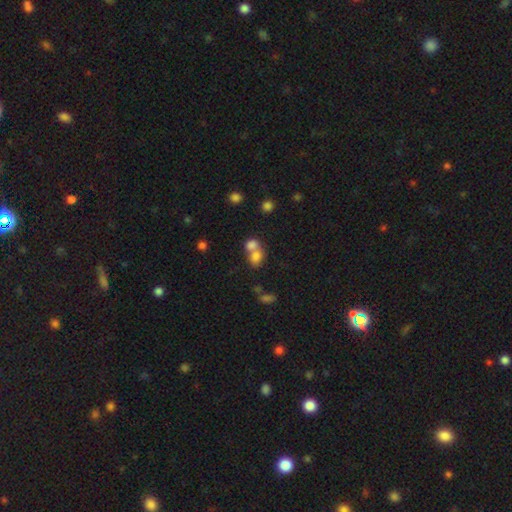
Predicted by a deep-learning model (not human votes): smooth_or_featured: smooth (p=0.75) [alt: featured or disk p=0.13]
how_rounded: in between (p=0.52) [alt: round p=0.47]
merging: merger (p=0.65) [alt: none p=0.26]